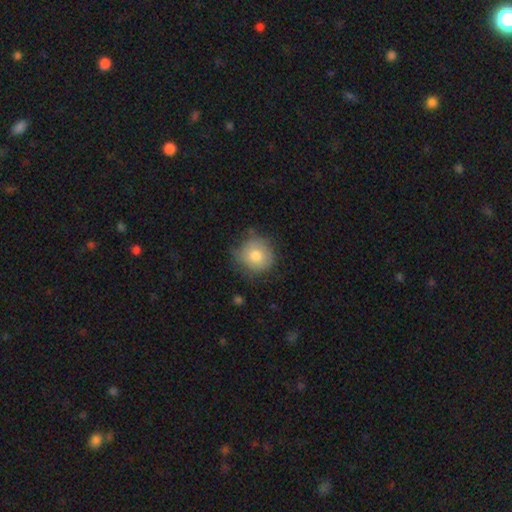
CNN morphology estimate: smooth 76%, featured or disk 16%, star or artifact 8%. Down the decision tree: how rounded — round (90%); merging — none (65%).